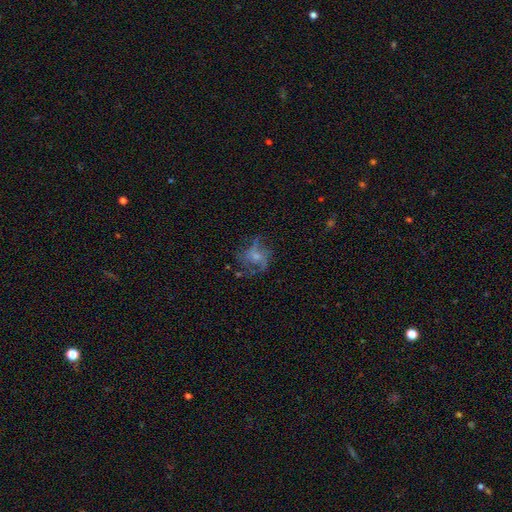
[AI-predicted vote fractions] smooth_or_featured: featured or disk (p=0.61) [alt: smooth p=0.26]
disk_edge_on: no (p=0.97) [alt: yes p=0.03]
bar: no (p=0.71) [alt: weak p=0.24]
has_spiral_arms: yes (p=0.70) [alt: no p=0.30]
bulge_size: small (p=0.47) [alt: moderate p=0.37]
merging: none (p=0.50) [alt: major disturbance p=0.27]